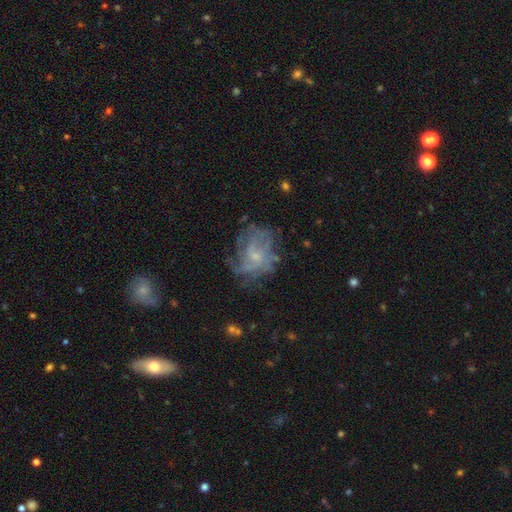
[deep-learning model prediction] smooth-or-featured: featured or disk: 68% | smooth: 20% | star or artifact: 12%
  disk-edge-on: no: 98% | yes: 2%
    bar: no: 71% | weak: 26% | strong: 3%
    has-spiral-arms: yes: 72% | no: 28%
    bulge-size: small: 64% | moderate: 22% | none: 12% | large: 2% | dominant: 1%
  merging: none: 55% | minor disturbance: 21% | major disturbance: 21% | merger: 2%